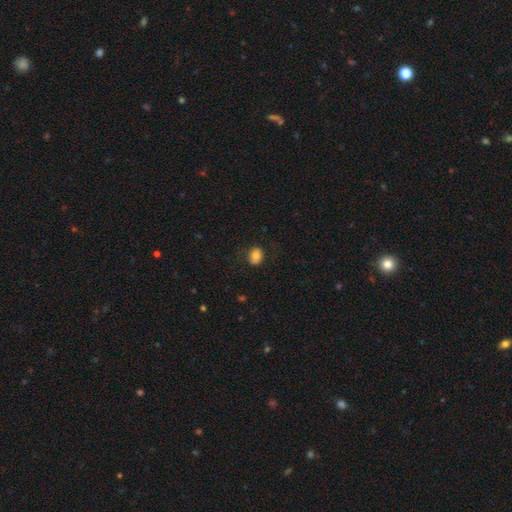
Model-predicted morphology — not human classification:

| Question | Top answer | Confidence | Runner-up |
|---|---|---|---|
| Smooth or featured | smooth | 77% | featured or disk (14%) |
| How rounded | in between | 53% | round (46%) |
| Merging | none | 80% | minor disturbance (14%) |